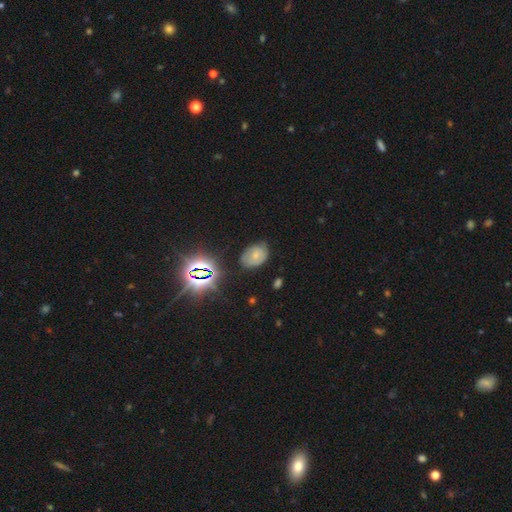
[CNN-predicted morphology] A smooth galaxy with no disk features (55%) that is in between round and cigar-shaped (78%). Merging: none (65%).